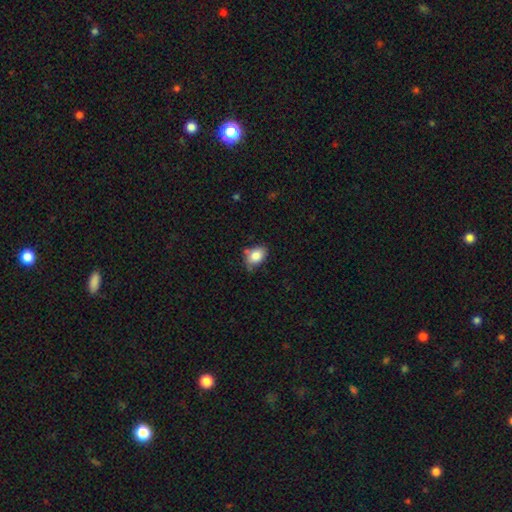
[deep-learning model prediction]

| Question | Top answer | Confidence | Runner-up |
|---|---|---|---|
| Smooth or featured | smooth | 83% | star or artifact (8%) |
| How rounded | in between | 75% | round (24%) |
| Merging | none | 62% | minor disturbance (27%) |